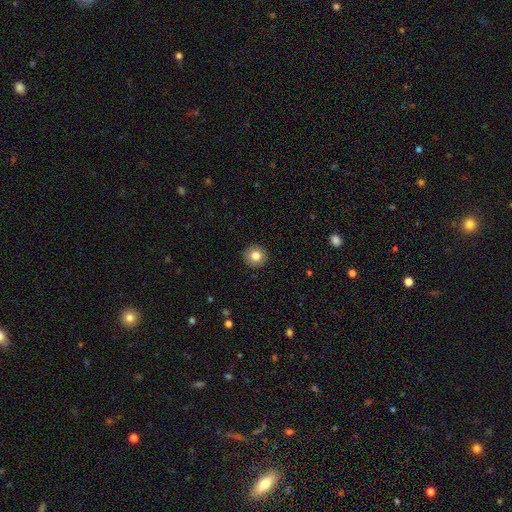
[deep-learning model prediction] Overall: smooth (81%). How rounded: round (92%). Merging: none (92%).